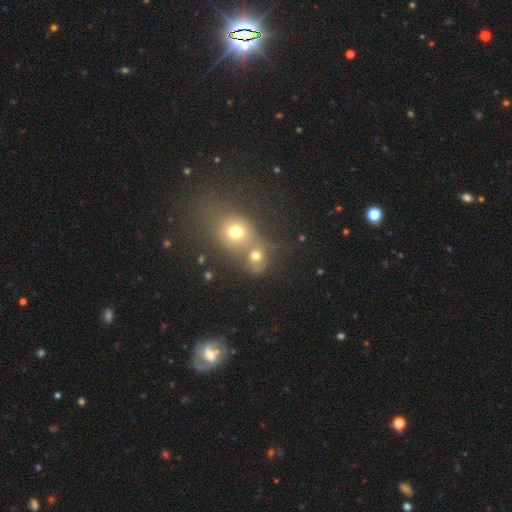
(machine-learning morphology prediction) Q: Smooth or featured?
A: smooth (69%); runner-up: star or artifact (19%)
Q: How rounded?
A: round (77%); runner-up: in between (21%)
Q: Merging?
A: merger (50%); runner-up: none (37%)